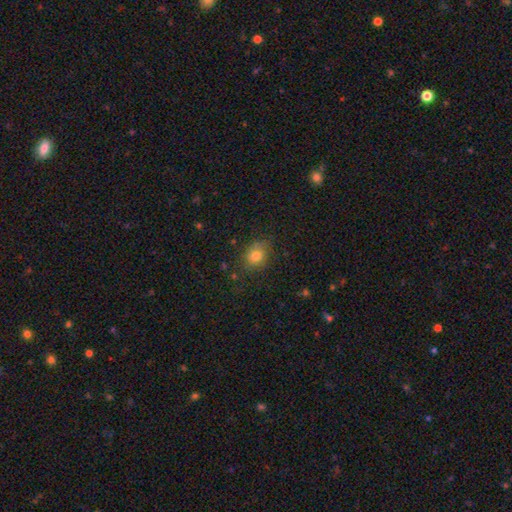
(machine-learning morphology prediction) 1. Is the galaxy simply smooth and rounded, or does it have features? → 78% smooth, 12% star or artifact, 9% featured or disk.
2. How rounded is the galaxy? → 51% round, 48% in between, 1% cigar-shaped.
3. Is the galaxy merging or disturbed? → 74% none, 19% minor disturbance, 5% major disturbance, 2% merger.